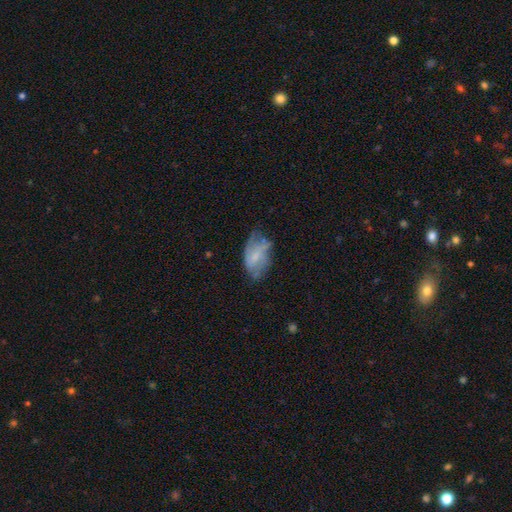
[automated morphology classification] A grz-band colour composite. It shows a featured or disk galaxy (51%). Merging: none (44%).